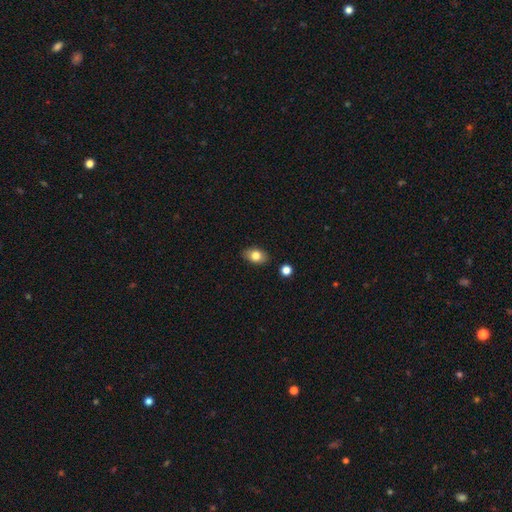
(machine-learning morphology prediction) smooth_or_featured: smooth (p=0.80) [alt: featured or disk p=0.12]
how_rounded: in between (p=0.83) [alt: round p=0.16]
merging: none (p=0.85) [alt: minor disturbance p=0.10]